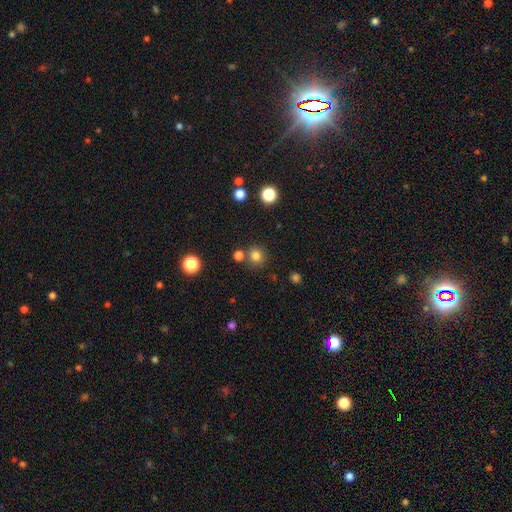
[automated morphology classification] A smooth galaxy with no disk features (79%) that is round (91%). Merging: none (79%).